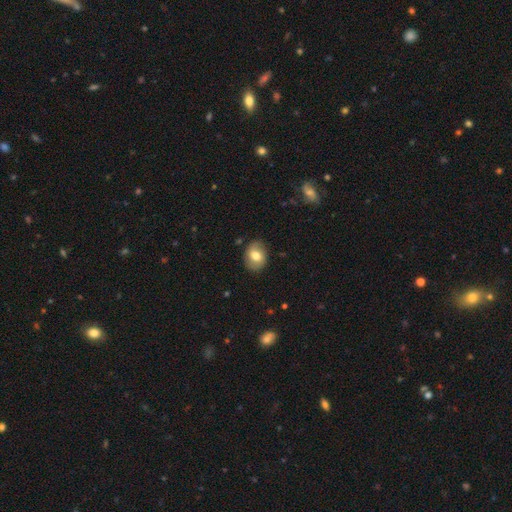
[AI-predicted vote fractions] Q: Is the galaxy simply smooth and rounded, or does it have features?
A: smooth — 70%.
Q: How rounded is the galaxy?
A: in between — 56%.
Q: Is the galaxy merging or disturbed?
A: none — 83%.